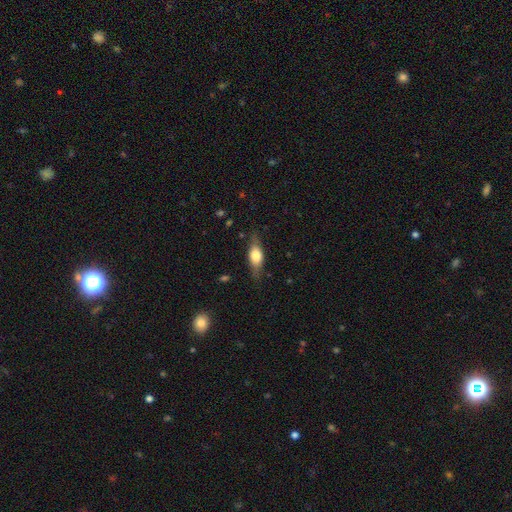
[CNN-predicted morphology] smooth 60%, featured or disk 34%, star or artifact 7%. Down the decision tree: how rounded — in between (72%); merging — none (76%).